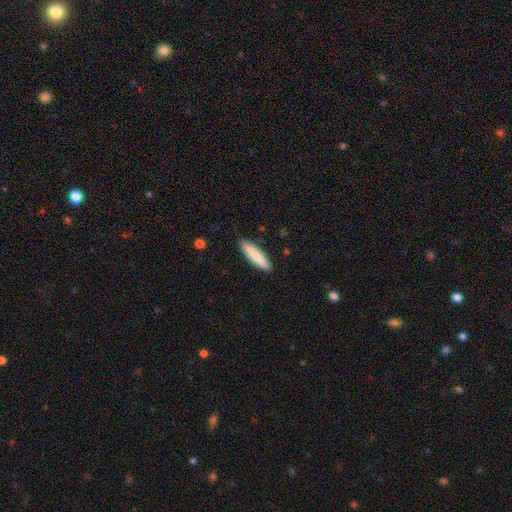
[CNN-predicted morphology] smooth-or-featured: smooth: 82% | featured or disk: 13% | star or artifact: 5%
  how-rounded: cigar-shaped: 81% | in between: 18% | round: 1%
  merging: none: 88% | minor disturbance: 9% | major disturbance: 2% | merger: 1%